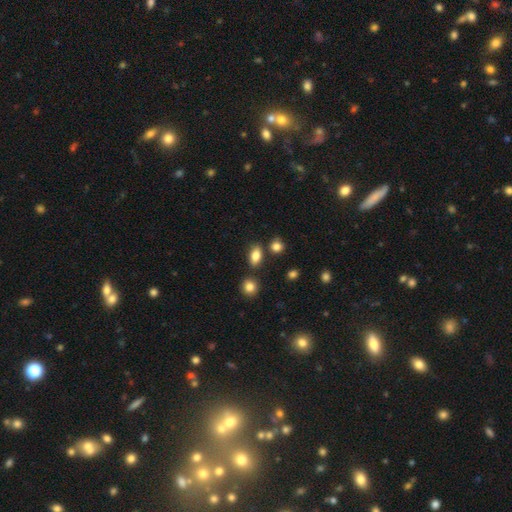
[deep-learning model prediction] Smooth or featured?
  - smooth: 84% *
  - star or artifact: 9%
  - featured or disk: 7%
How rounded?
  - in between: 83% *
  - round: 12%
  - cigar-shaped: 5%
Merging?
  - none: 80% *
  - minor disturbance: 11%
  - merger: 6%
  - major disturbance: 3%